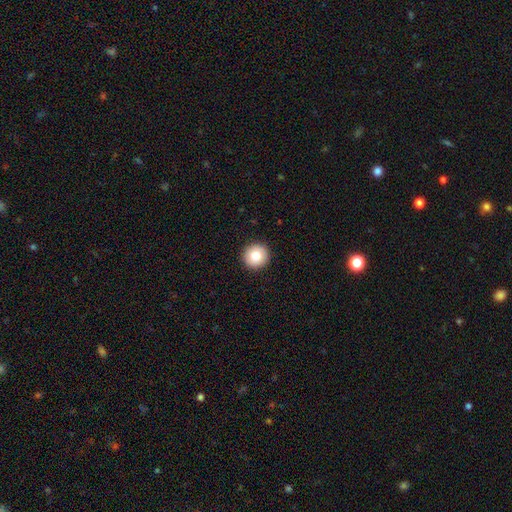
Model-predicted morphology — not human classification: A smooth galaxy with no disk features (81%) that is round (95%). Merging: none (93%).